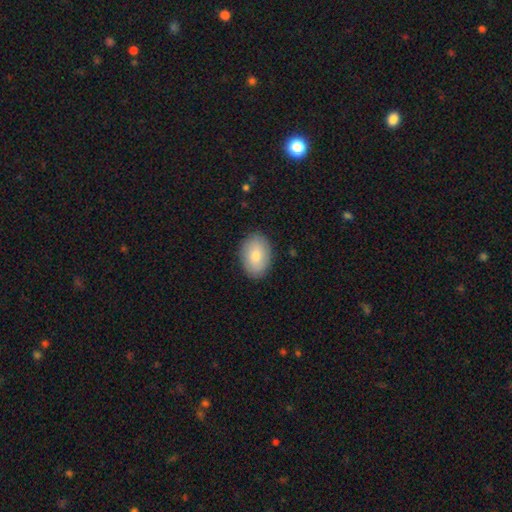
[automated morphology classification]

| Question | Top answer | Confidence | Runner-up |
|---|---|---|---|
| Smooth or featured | smooth | 79% | featured or disk (14%) |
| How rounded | in between | 85% | round (14%) |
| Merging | none | 87% | minor disturbance (9%) |